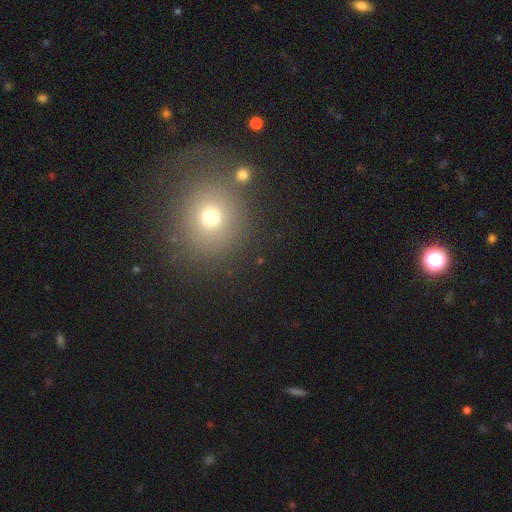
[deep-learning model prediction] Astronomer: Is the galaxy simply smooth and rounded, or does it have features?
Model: smooth — 60%.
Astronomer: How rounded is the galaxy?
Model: round — 85%.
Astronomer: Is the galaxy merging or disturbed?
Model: none — 80%.